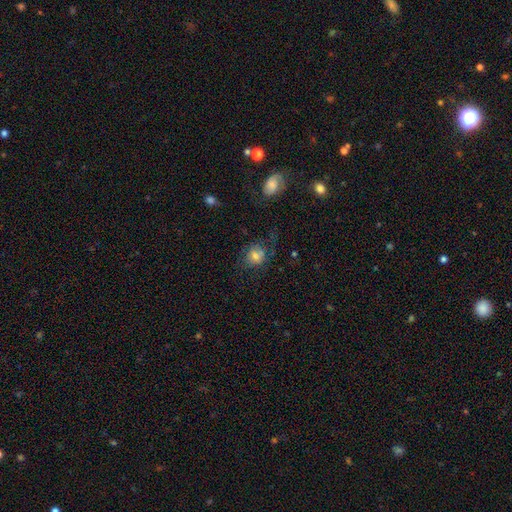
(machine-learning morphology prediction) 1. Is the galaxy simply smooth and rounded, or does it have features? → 64% smooth, 20% featured or disk, 16% star or artifact.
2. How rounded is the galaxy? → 69% round, 30% in between, 1% cigar-shaped.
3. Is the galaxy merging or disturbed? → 57% none, 20% minor disturbance, 17% major disturbance, 5% merger.